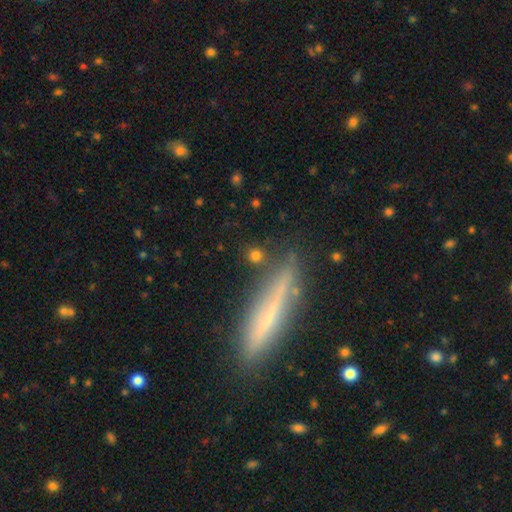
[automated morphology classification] Smooth or featured? Predicted: smooth (p=0.73). How rounded? Predicted: round (p=0.72). Merging? Predicted: none (p=0.81).